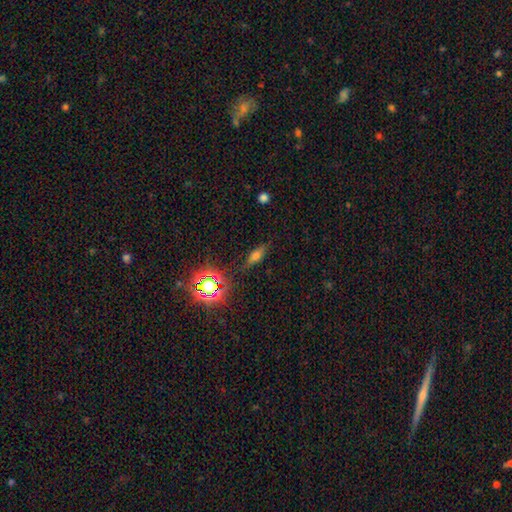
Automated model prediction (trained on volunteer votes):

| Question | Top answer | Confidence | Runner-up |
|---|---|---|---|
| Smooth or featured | smooth | 51% | featured or disk (25%) |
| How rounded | in between | 49% | cigar-shaped (42%) |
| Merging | none | 81% | minor disturbance (13%) |